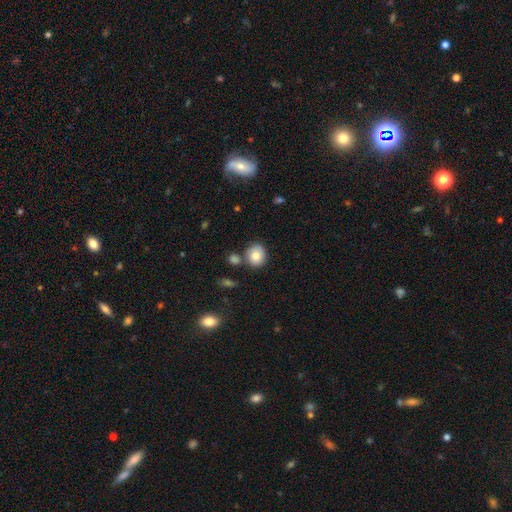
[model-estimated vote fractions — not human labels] Smooth or featured?
  - smooth: 81% *
  - featured or disk: 10%
  - star or artifact: 9%
How rounded?
  - round: 74% *
  - in between: 25%
  - cigar-shaped: 1%
Merging?
  - none: 73% *
  - minor disturbance: 12%
  - merger: 12%
  - major disturbance: 3%